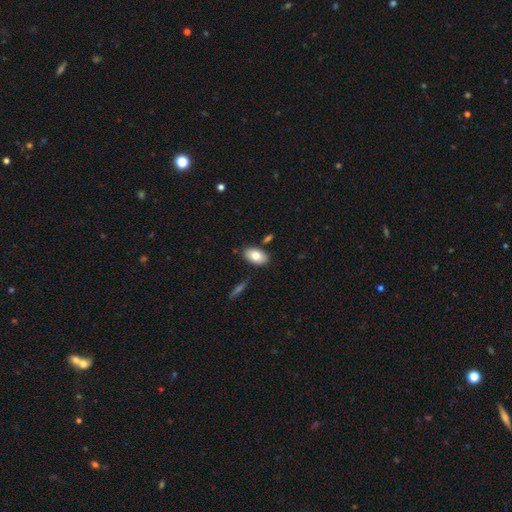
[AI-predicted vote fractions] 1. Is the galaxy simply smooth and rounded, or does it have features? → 79% smooth, 14% featured or disk, 7% star or artifact.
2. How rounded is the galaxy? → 93% in between, 5% round, 2% cigar-shaped.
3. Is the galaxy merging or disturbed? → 83% none, 10% minor disturbance, 4% merger, 2% major disturbance.